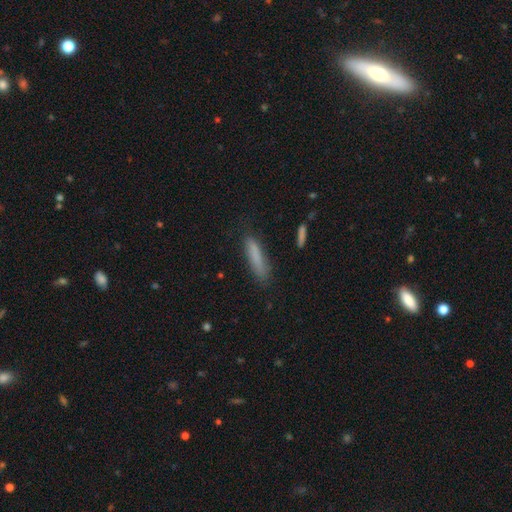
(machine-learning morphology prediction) The model was most divided on "merging": none: 82%, minor disturbance: 13%, major disturbance: 3%, merger: 2%. More confident: how rounded — cigar-shaped (85%); smooth or featured — smooth (81%).